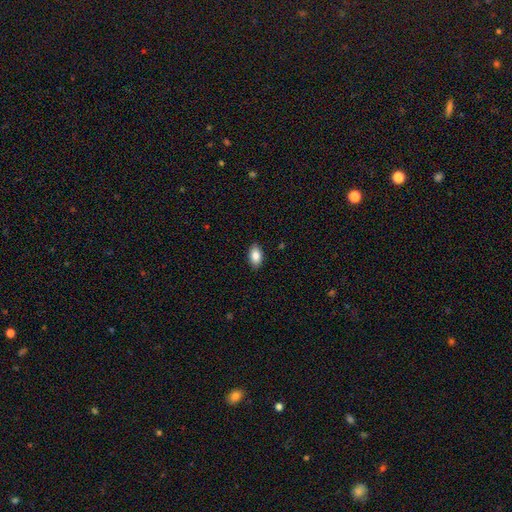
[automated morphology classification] Smooth or featured? smooth (86%)
How rounded? in between (92%)
Merging? none (89%)